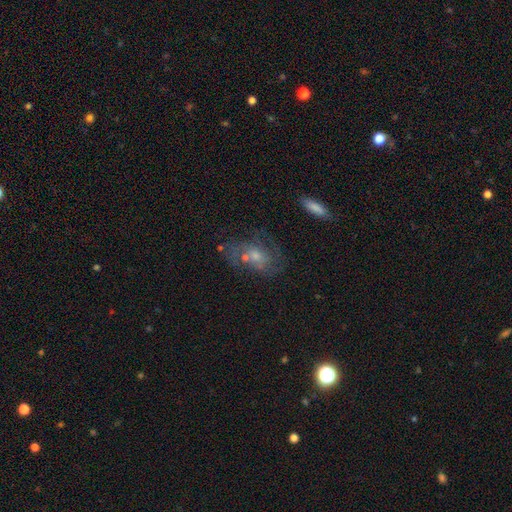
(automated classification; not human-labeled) Q: Smooth or featured?
A: featured or disk (61%); runner-up: smooth (24%)
Q: Edge-on disk?
A: no (94%); runner-up: yes (6%)
Q: Bar?
A: no (71%); runner-up: weak (25%)
Q: Spiral arms?
A: yes (70%); runner-up: no (30%)
Q: Bulge size?
A: moderate (44%); runner-up: small (41%)
Q: Merging?
A: none (50%); runner-up: minor disturbance (17%)